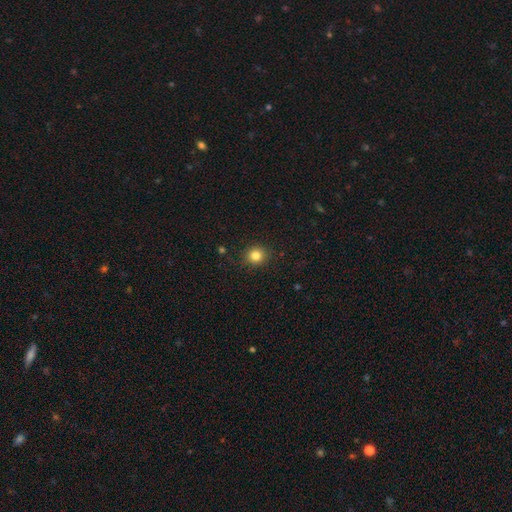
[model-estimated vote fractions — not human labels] A smooth galaxy with no disk features (83%) that is round (85%).

Vote fractions:
- Smooth or featured? smooth: 83% / star or artifact: 12% / featured or disk: 6%
- How rounded? round: 85% / in between: 14% / cigar-shaped: 1%
- Merging? none: 90% / minor disturbance: 7% / major disturbance: 2% / merger: 1%